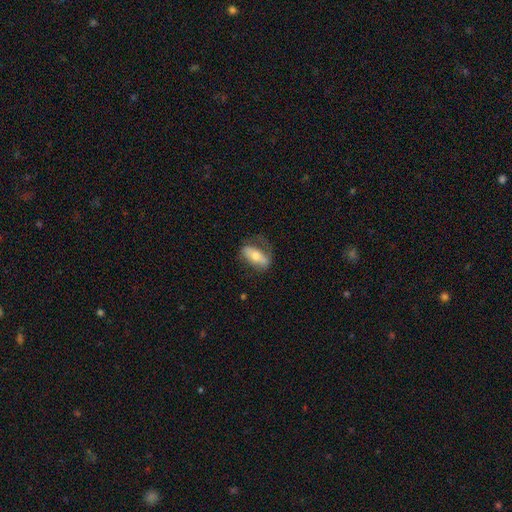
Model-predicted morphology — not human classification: This appears to be a smooth galaxy with no disk features (53%) that is in between round and cigar-shaped (73%). Merging: none (61%).